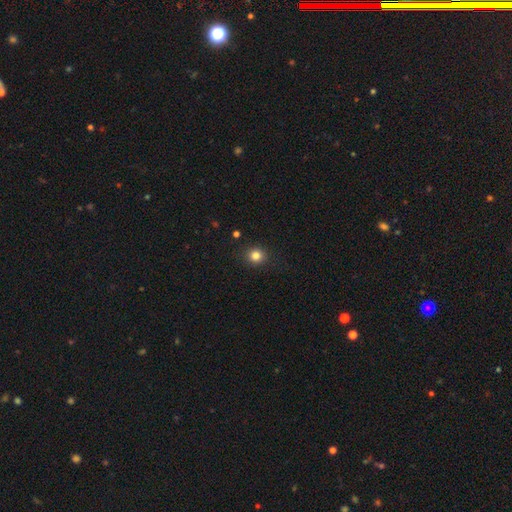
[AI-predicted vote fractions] smooth_or_featured: smooth (p=0.82) [alt: star or artifact p=0.13]
how_rounded: round (p=0.84) [alt: in between p=0.15]
merging: none (p=0.90) [alt: minor disturbance p=0.07]